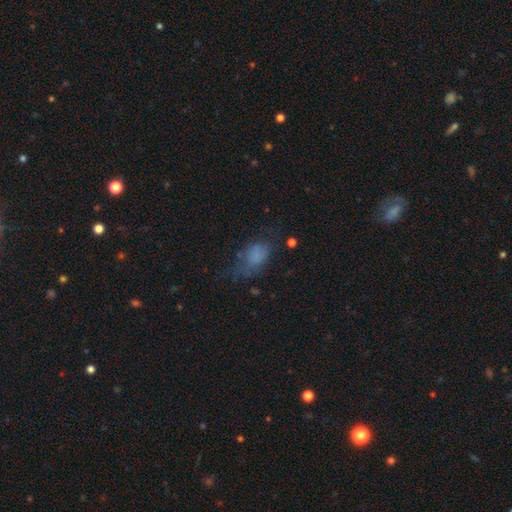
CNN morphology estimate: type=smooth (64%); roundness=in between (84%); merging=none (40%).